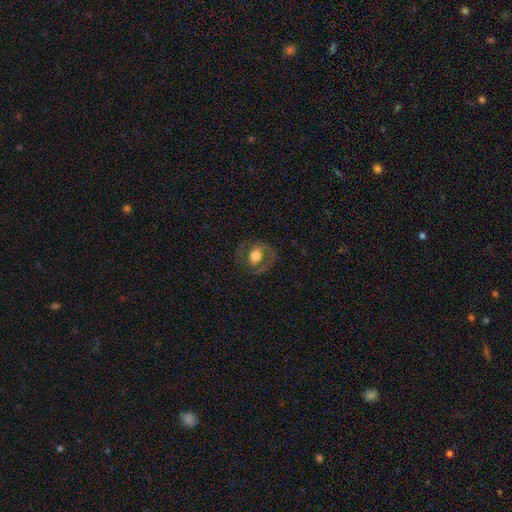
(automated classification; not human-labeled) Smooth or featured: featured or disk — 56% (smooth — 37%)
Edge-on disk: no — 95% (yes — 5%)
Bar: no — 62% (weak — 27%)
Spiral arms: yes — 59% (no — 41%)
Bulge size: moderate — 47% (large — 41%)
Merging: none — 68% (minor disturbance — 17%)